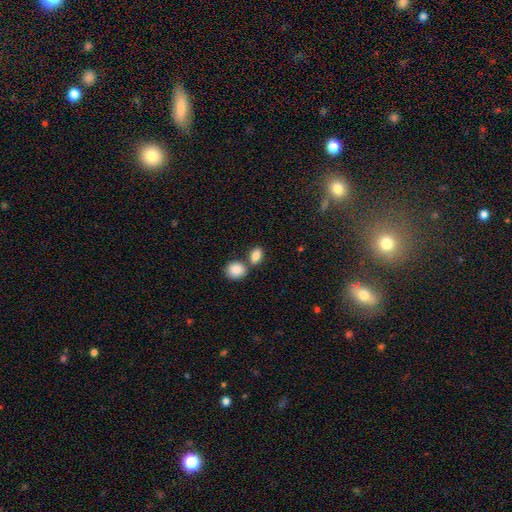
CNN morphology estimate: Smooth or featured: smooth — 87% (star or artifact — 8%)
How rounded: in between — 80% (round — 18%)
Merging: none — 50% (merger — 37%)